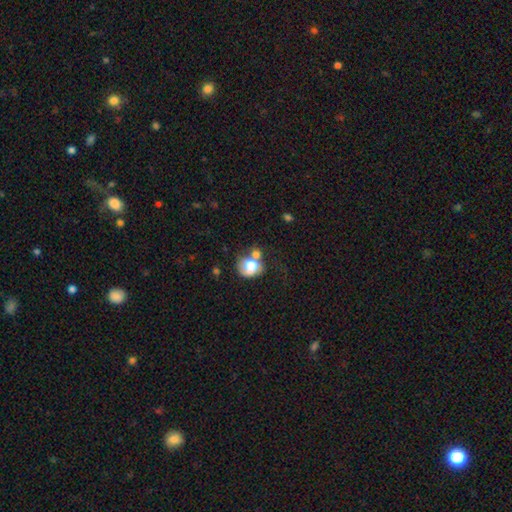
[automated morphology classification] Smooth or featured: smooth — 57% (featured or disk — 32%)
How rounded: round — 63% (in between — 36%)
Merging: merger — 36% (none — 31%)